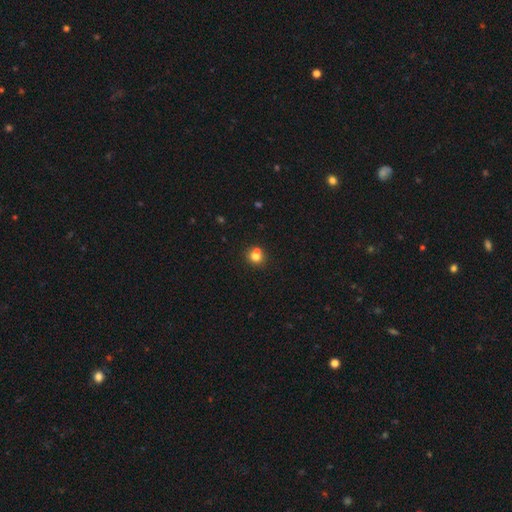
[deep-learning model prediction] This is likely a smooth galaxy (76%). How rounded: clearly round (83%). Merging: possibly none (51%).